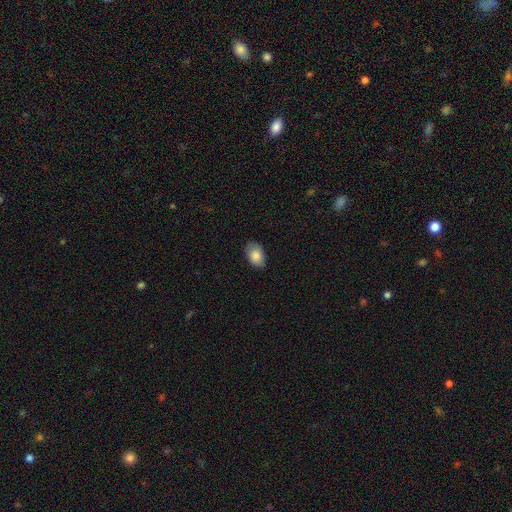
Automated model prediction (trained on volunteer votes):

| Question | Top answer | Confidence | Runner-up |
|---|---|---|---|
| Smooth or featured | smooth | 85% | featured or disk (8%) |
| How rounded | in between | 90% | round (9%) |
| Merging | none | 81% | minor disturbance (16%) |